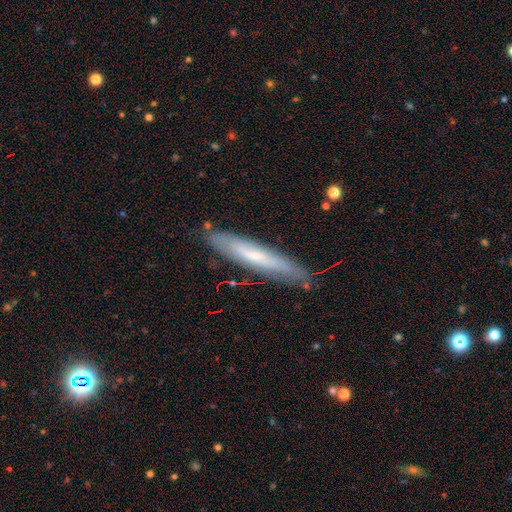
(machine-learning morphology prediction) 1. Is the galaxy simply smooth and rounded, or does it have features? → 49% featured or disk, 43% smooth, 8% star or artifact.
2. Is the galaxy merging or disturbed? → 85% none, 12% minor disturbance, 2% major disturbance, 1% merger.